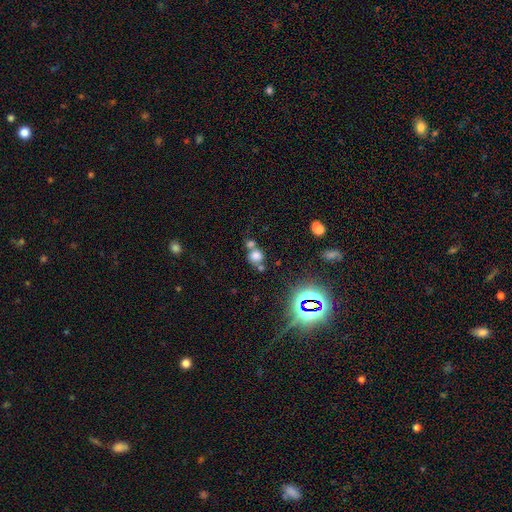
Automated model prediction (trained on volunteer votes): smooth 68%, star or artifact 22%, featured or disk 10%. Down the decision tree: how rounded — round (79%); merging — none (50%).